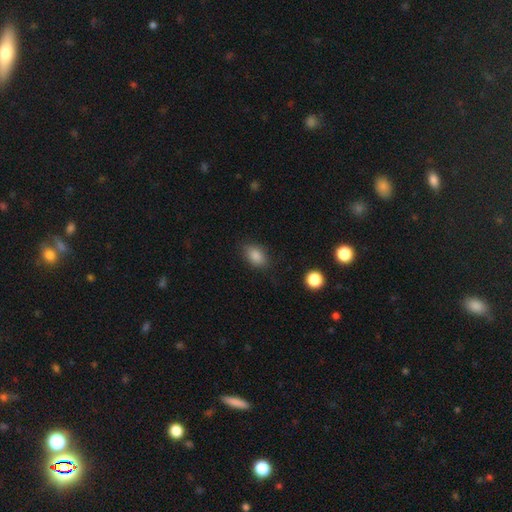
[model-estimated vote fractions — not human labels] smooth_or_featured: smooth (p=0.86) [alt: star or artifact p=0.09]
how_rounded: in between (p=0.82) [alt: round p=0.16]
merging: none (p=0.80) [alt: minor disturbance p=0.15]